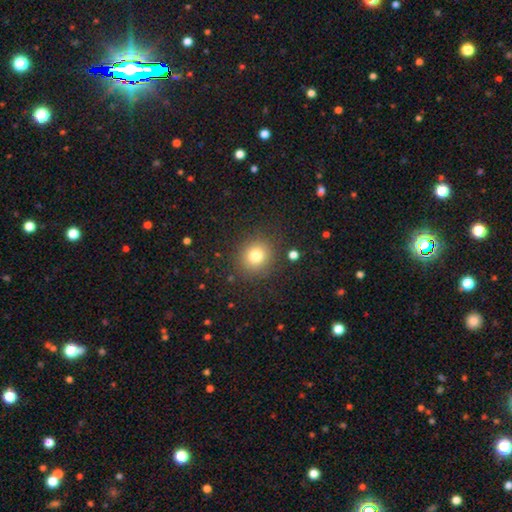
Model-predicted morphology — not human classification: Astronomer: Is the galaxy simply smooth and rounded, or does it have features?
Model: smooth — 78%.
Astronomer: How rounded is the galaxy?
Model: round — 86%.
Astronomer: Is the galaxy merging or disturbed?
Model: none — 87%.